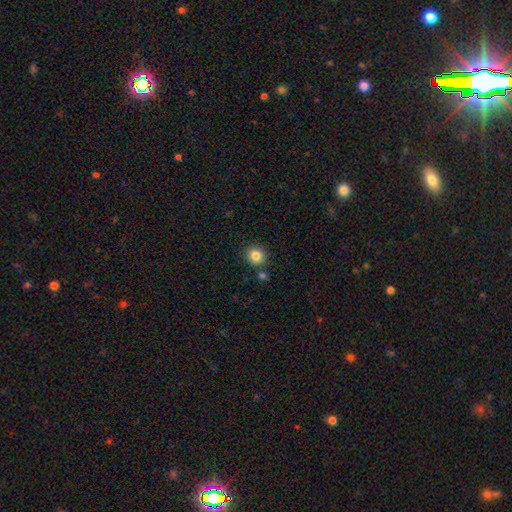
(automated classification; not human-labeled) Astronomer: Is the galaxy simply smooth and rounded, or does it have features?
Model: smooth — 84%.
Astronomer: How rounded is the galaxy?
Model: round — 86%.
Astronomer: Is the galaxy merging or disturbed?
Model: none — 83%.